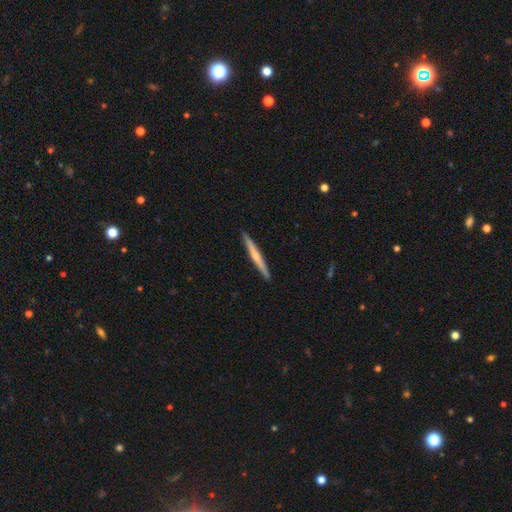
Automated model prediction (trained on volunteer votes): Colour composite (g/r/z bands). It shows a featured or disk galaxy (54%) viewed edge-on (97%) with a rounded central bulge (60%). Merging: none (92%).